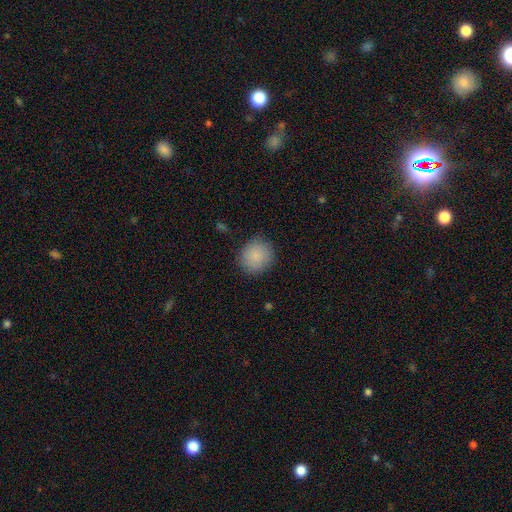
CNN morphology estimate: The model was most divided on "how rounded": round: 86%, in between: 13%, cigar-shaped: 1%. More confident: smooth or featured — smooth (87%); merging — none (84%).